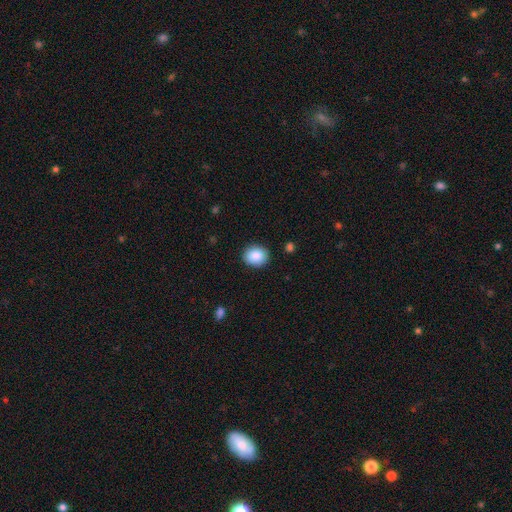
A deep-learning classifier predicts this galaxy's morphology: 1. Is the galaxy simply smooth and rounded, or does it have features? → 87% smooth, 8% star or artifact, 5% featured or disk.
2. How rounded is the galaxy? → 67% round, 32% in between, 1% cigar-shaped.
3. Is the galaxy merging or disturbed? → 89% none, 8% minor disturbance, 2% major disturbance, 1% merger.